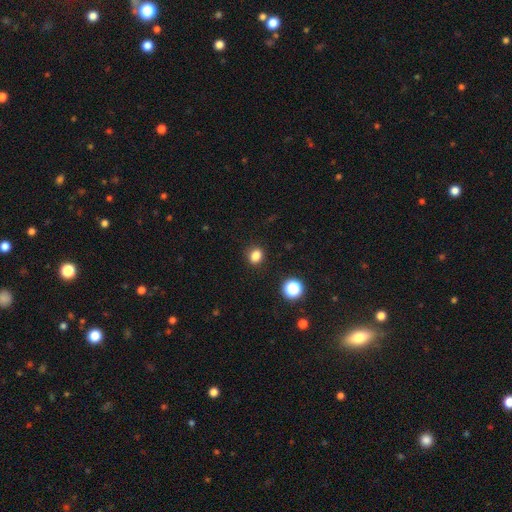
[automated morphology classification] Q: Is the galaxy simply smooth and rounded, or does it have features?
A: smooth — 83%.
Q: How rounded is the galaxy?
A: round — 56%.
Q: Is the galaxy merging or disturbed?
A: none — 88%.